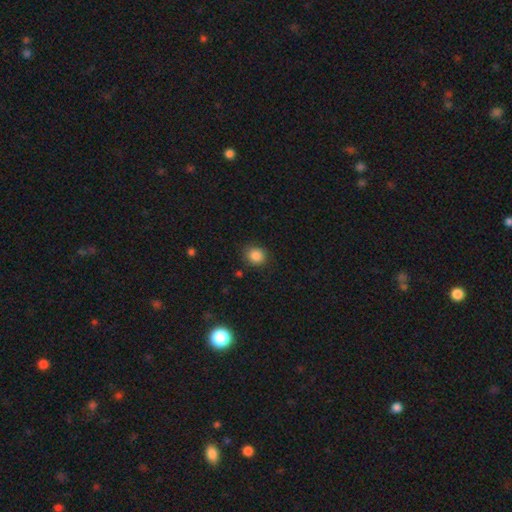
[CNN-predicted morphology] Smooth or featured?
  - smooth: 86% *
  - star or artifact: 10%
  - featured or disk: 4%
How rounded?
  - round: 80% *
  - in between: 19%
  - cigar-shaped: 1%
Merging?
  - none: 86% *
  - minor disturbance: 10%
  - major disturbance: 3%
  - merger: 1%